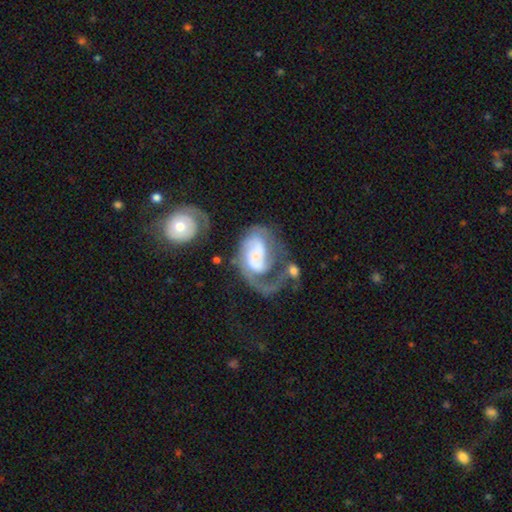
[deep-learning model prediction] smooth_or_featured: featured or disk (p=0.71) [alt: smooth p=0.22]
disk_edge_on: no (p=0.97) [alt: yes p=0.03]
bar: no (p=0.63) [alt: weak p=0.27]
has_spiral_arms: yes (p=0.81) [alt: no p=0.19]
spiral_winding: tight (p=0.36) [tied with: medium p=0.36]
spiral_arm_count: 1 (p=0.54) [alt: 2 p=0.26]
bulge_size: small (p=0.33) [alt: none p=0.27]
merging: major disturbance (p=0.45) [alt: merger p=0.21]